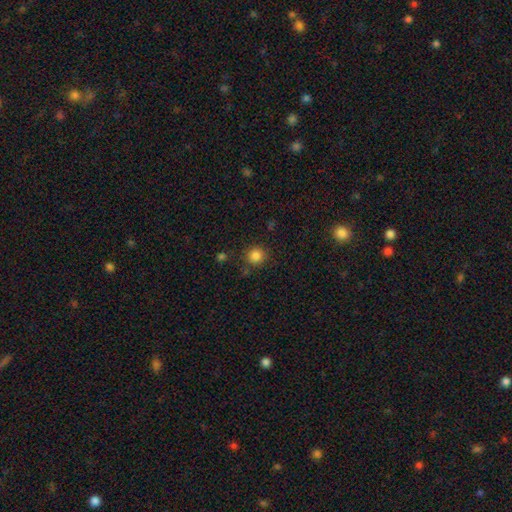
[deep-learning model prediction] Smooth or featured?
  - smooth: 84% *
  - star or artifact: 12%
  - featured or disk: 4%
How rounded?
  - round: 91% *
  - in between: 8%
  - cigar-shaped: 1%
Merging?
  - none: 84% *
  - minor disturbance: 9%
  - merger: 4%
  - major disturbance: 3%